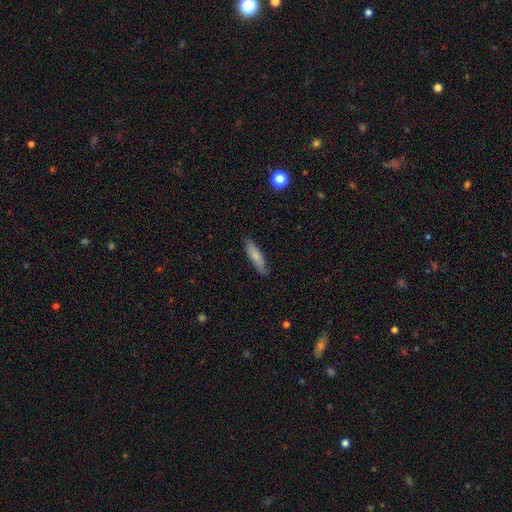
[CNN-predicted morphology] smooth_or_featured: smooth (p=0.72) [alt: featured or disk p=0.21]
how_rounded: cigar-shaped (p=0.64) [alt: in between p=0.34]
merging: none (p=0.83) [alt: minor disturbance p=0.13]